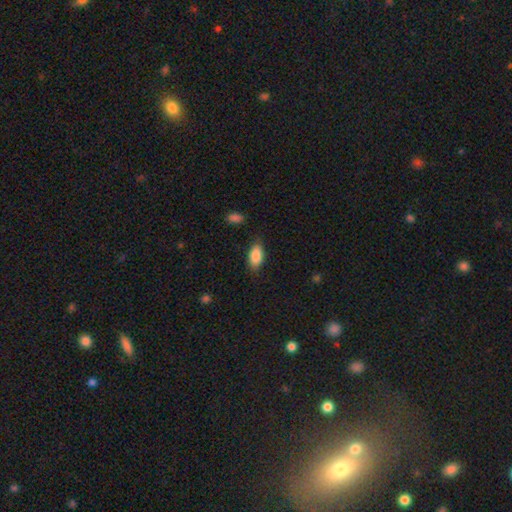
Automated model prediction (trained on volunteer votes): Smooth or featured? smooth (86%)
How rounded? in between (90%)
Merging? none (81%)